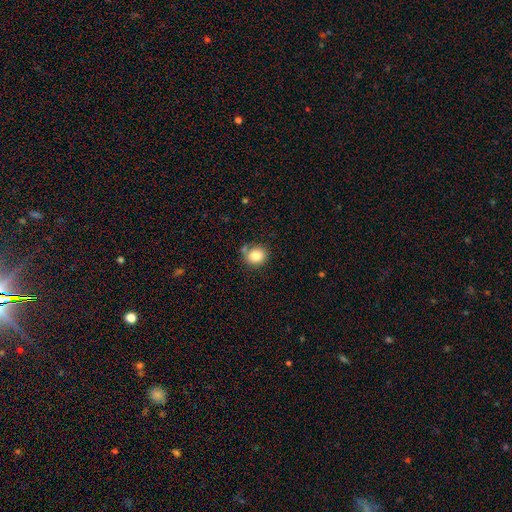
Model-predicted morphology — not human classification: A smooth galaxy with no disk features (84%) that is round (72%). Merging: none (70%).